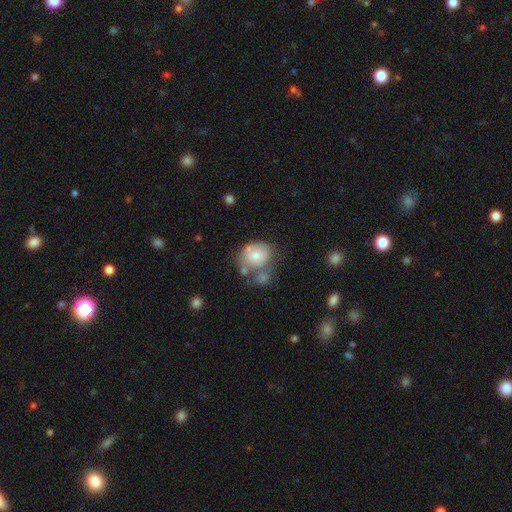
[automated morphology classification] Overall: smooth (66%; featured or disk 26%). How rounded: round (62%; in between 38%). Merging: none (34%; merger 29%).